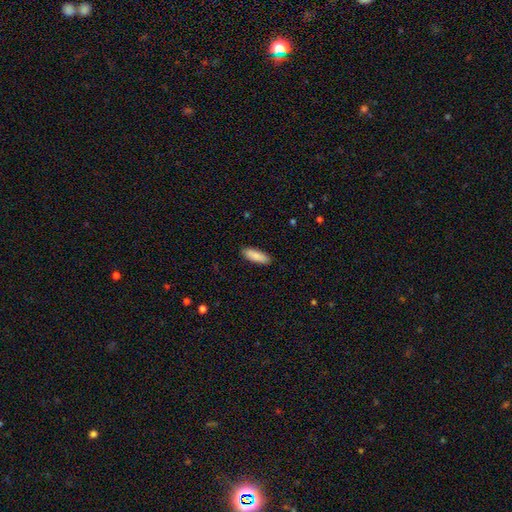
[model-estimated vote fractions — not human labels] This is clearly a smooth galaxy (89%). How rounded: possibly in between (52%). Merging: clearly none (90%).